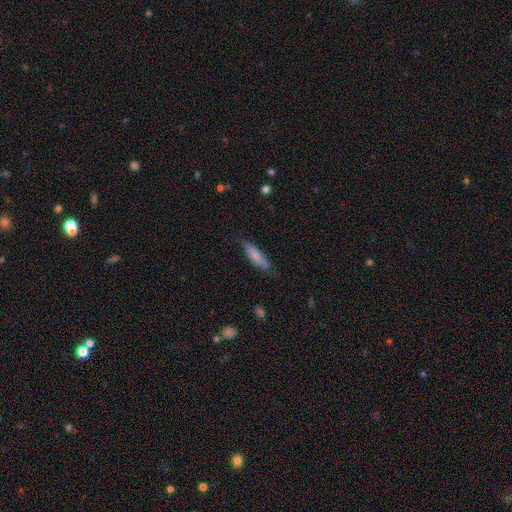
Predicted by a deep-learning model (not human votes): This is likely a smooth galaxy (77%). How rounded: possibly cigar-shaped (57%). Merging: likely none (70%).